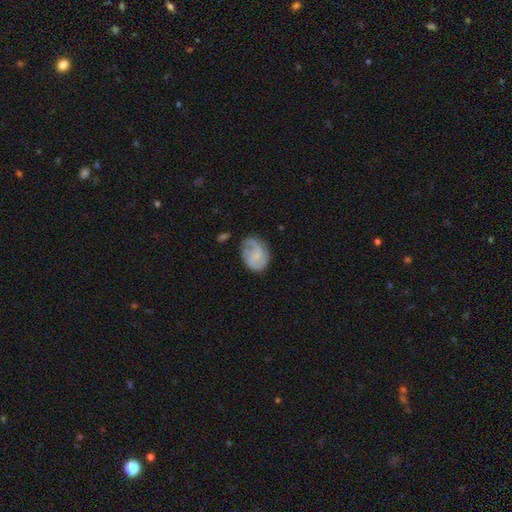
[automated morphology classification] type=featured or disk (54%); edge-on=no (98%); bar=no (66%); spiral arms=yes (84%); bulge=none (53%); merging=none (57%).